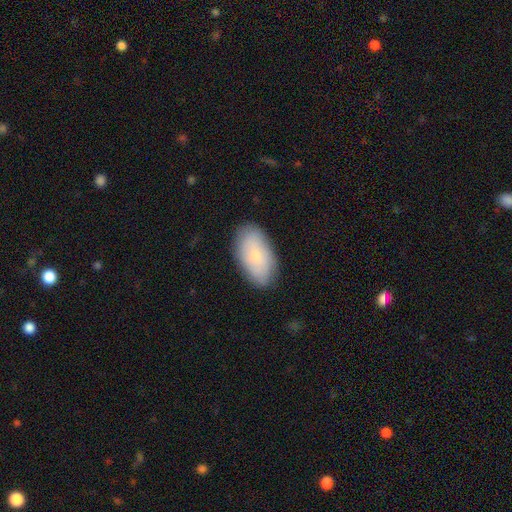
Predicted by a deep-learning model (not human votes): The model was most divided on "smooth or featured": smooth: 70%, featured or disk: 23%, star or artifact: 7%. More confident: how rounded — in between (94%); merging — none (84%).